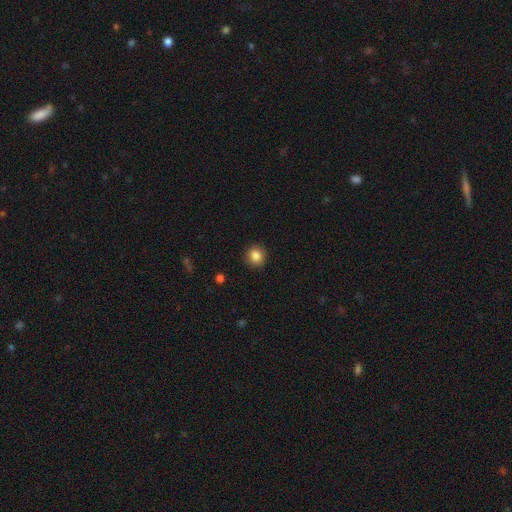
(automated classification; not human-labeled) Smooth or featured? Predicted: smooth (p=0.86). How rounded? Predicted: round (p=0.86). Merging? Predicted: none (p=0.91).